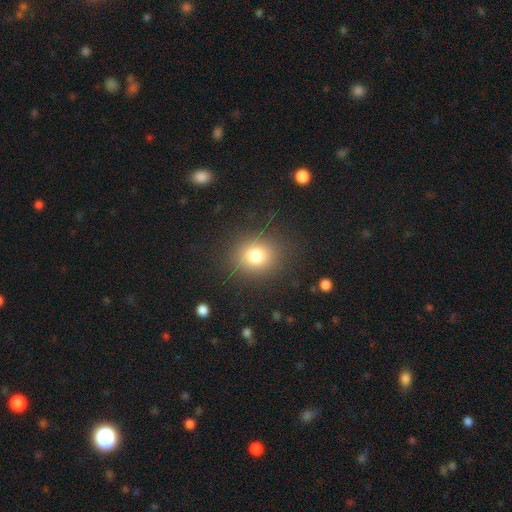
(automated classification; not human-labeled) Q: Smooth or featured?
A: smooth (78%); runner-up: star or artifact (13%)
Q: How rounded?
A: round (78%); runner-up: in between (21%)
Q: Merging?
A: none (87%); runner-up: minor disturbance (8%)